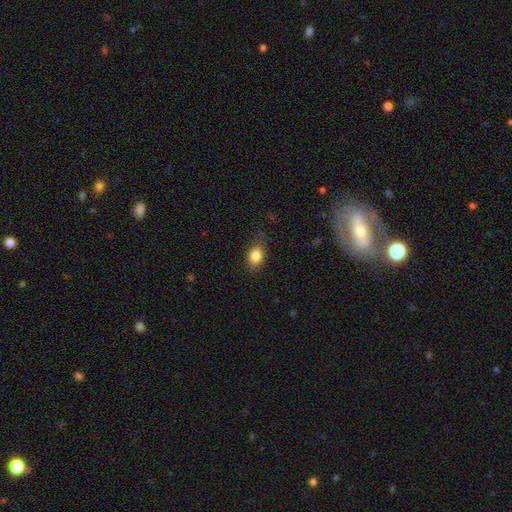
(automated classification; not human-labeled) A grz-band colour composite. It shows a smooth galaxy with no disk features (85%) that is in between round and cigar-shaped (74%). Merging: none (81%).